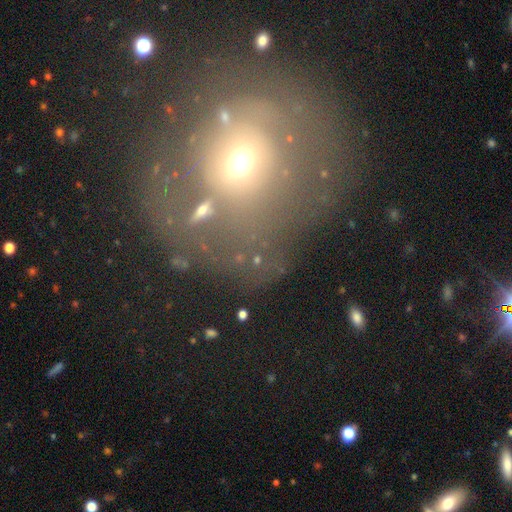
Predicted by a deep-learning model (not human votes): Overall: smooth (46%; featured or disk 31%). Merging: none (56%; major disturbance 19%).